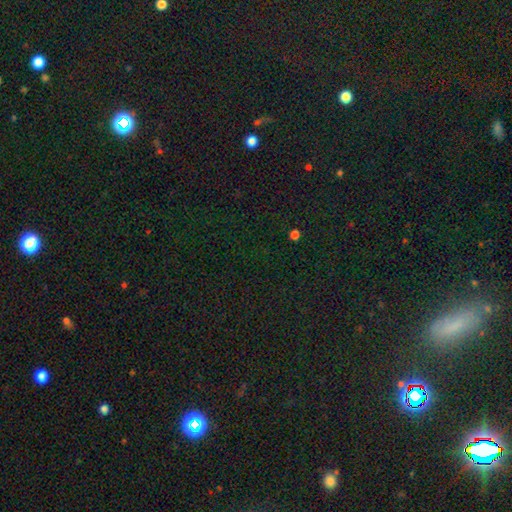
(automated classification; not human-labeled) This is likely a star or artifact rather than a galaxy (75%).